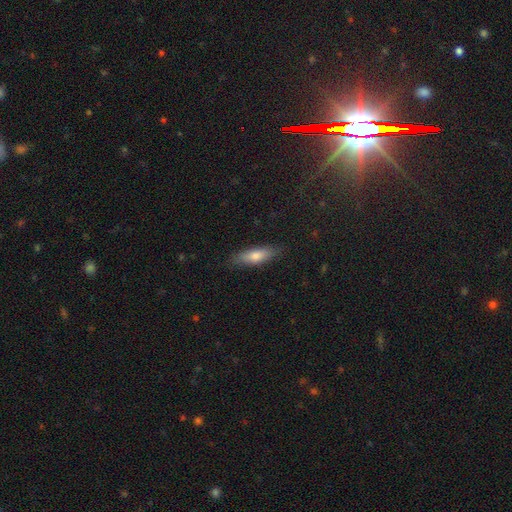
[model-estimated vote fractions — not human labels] Q: Smooth or featured?
A: smooth (71%); runner-up: featured or disk (22%)
Q: How rounded?
A: cigar-shaped (51%); runner-up: in between (47%)
Q: Merging?
A: none (84%); runner-up: minor disturbance (12%)